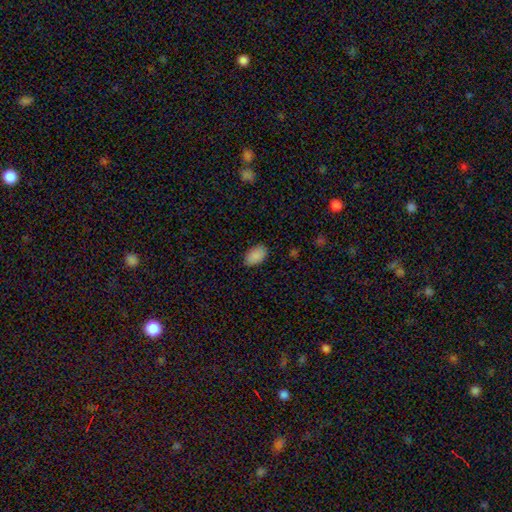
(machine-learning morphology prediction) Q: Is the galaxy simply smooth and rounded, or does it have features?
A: smooth — 89%.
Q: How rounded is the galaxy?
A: in between — 92%.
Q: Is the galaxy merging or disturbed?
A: none — 87%.